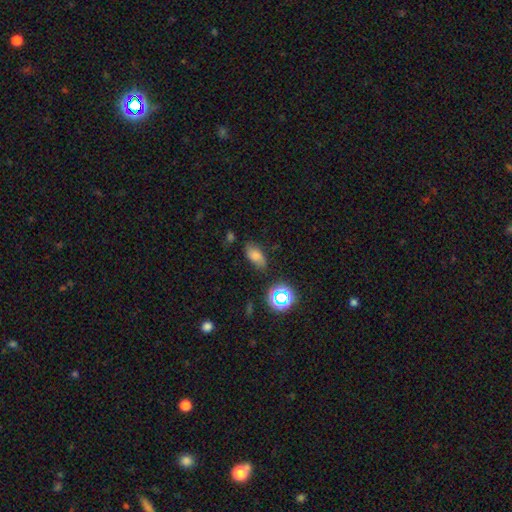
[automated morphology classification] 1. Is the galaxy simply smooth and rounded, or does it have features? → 69% smooth, 17% star or artifact, 15% featured or disk.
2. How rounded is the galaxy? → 88% in between, 8% round, 5% cigar-shaped.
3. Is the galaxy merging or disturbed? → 72% none, 20% minor disturbance, 5% major disturbance, 3% merger.